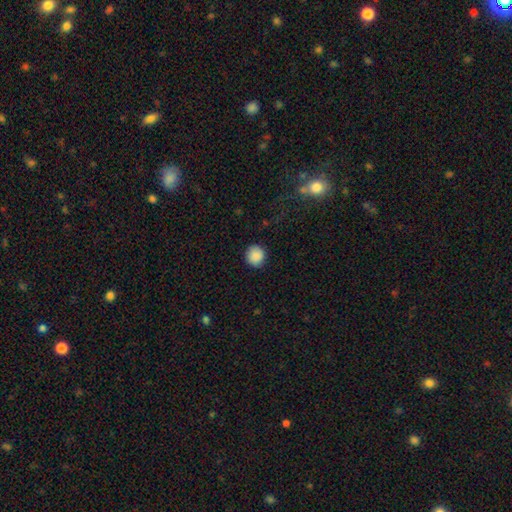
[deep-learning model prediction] The model was most divided on "smooth or featured": smooth: 88%, star or artifact: 8%, featured or disk: 3%. More confident: how rounded — round (91%); merging — none (88%).